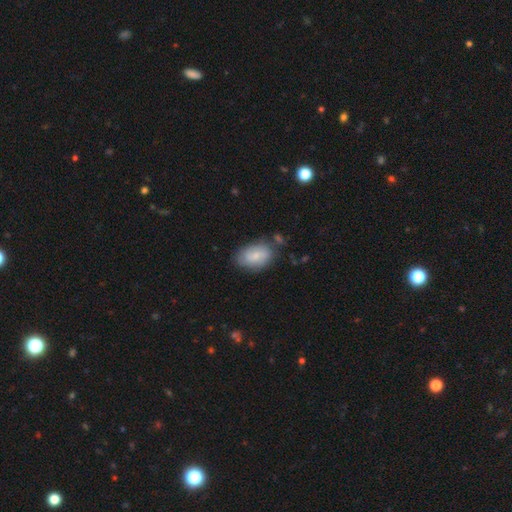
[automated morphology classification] This appears to be a smooth galaxy with no disk features (61%) that is in between round and cigar-shaped (89%). Merging: none (70%).